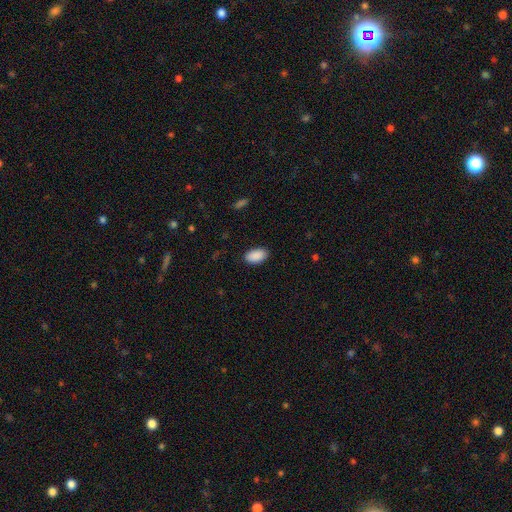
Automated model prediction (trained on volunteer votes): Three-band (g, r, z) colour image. It shows a smooth galaxy with no disk features (91%) that is in between round and cigar-shaped (94%). Merging: none (88%).